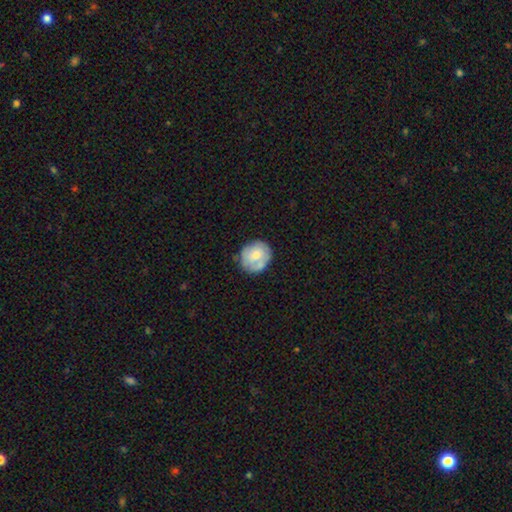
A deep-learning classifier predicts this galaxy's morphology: Q: Smooth or featured?
A: smooth (62%); runner-up: featured or disk (32%)
Q: How rounded?
A: round (78%); runner-up: in between (21%)
Q: Merging?
A: none (65%); runner-up: minor disturbance (22%)